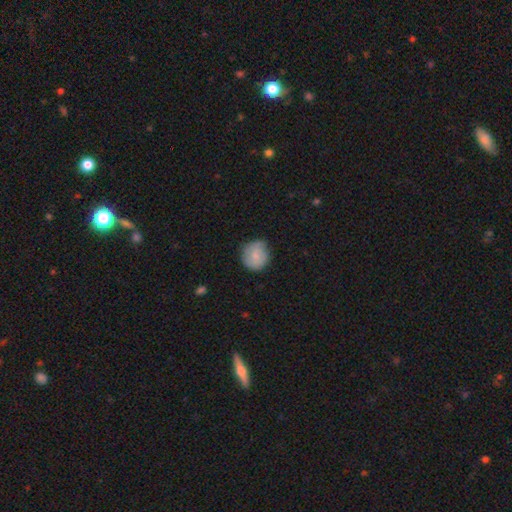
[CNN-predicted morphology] smooth_or_featured: smooth (p=0.71) [alt: featured or disk p=0.22]
how_rounded: round (p=0.85) [alt: in between p=0.14]
merging: none (p=0.69) [alt: minor disturbance p=0.25]